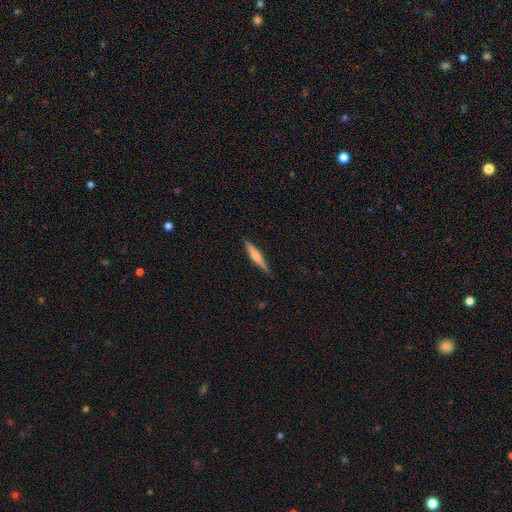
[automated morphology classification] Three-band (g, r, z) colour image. It shows a featured or disk galaxy (48%). Merging: none (88%).